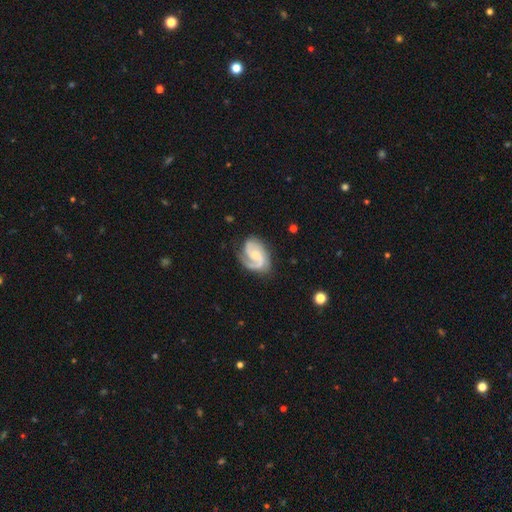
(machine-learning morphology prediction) This appears to be a featured or disk galaxy (86%) with no bar (58%), 2 (73%) medium (48%) spiral arms (97%) and a small central bulge (54%). Merging: none (69%).